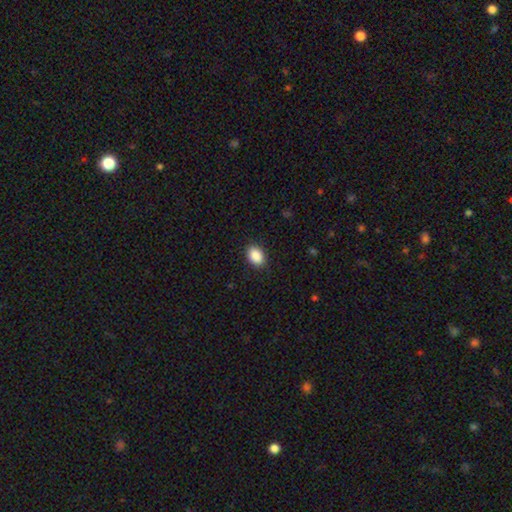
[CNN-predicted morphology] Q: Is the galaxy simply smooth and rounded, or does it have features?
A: smooth — 90%.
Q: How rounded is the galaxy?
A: in between — 79%.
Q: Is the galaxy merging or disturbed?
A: none — 89%.